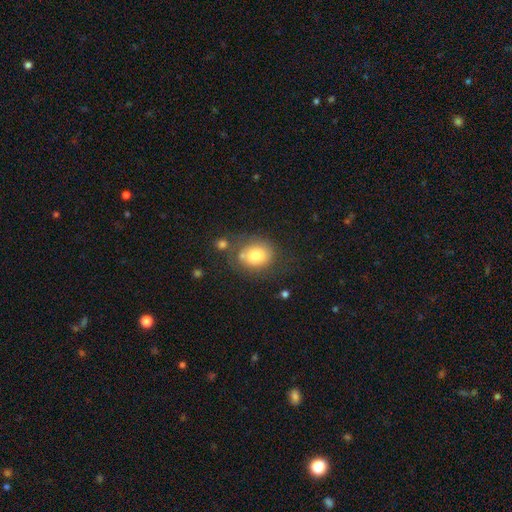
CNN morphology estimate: Overall: smooth (75%). How rounded: round (57%; in between 42%). Merging: none (62%).